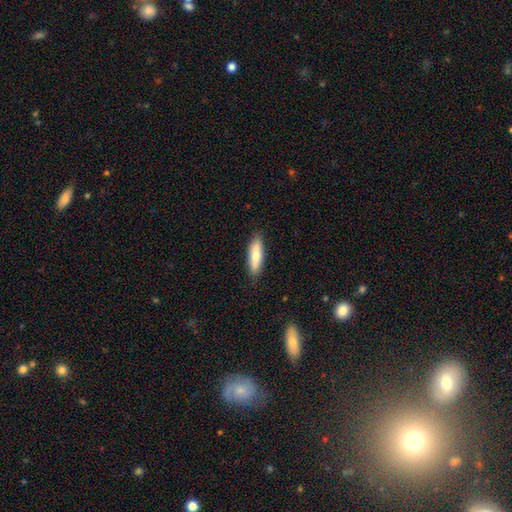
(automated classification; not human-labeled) Overall: smooth (74%). How rounded: cigar-shaped (60%; in between 38%). Merging: none (87%).